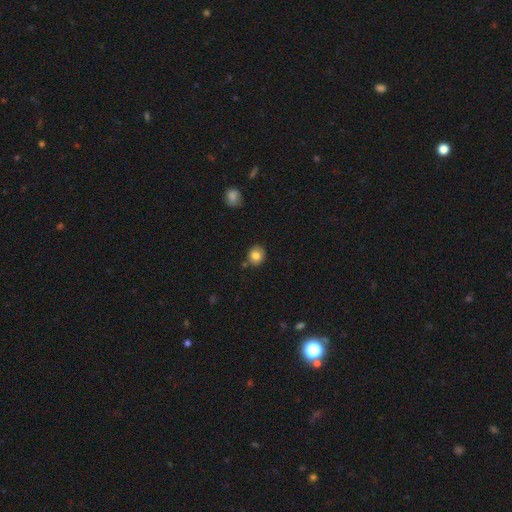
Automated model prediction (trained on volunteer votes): Smooth or featured? Predicted: smooth (p=0.81). How rounded? Predicted: round (p=0.76). Merging? Predicted: none (p=0.76).